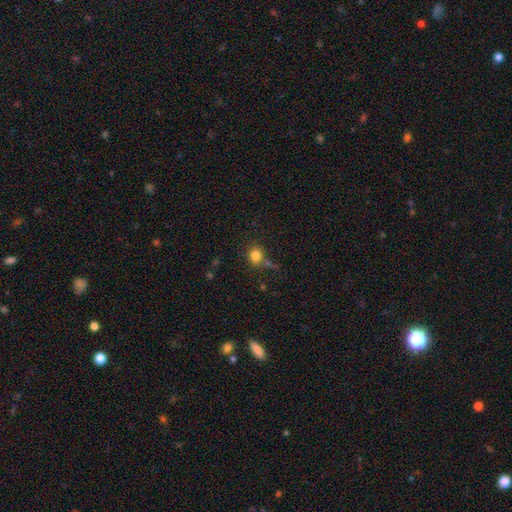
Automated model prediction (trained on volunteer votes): A smooth galaxy with no disk features (82%) that is round (80%). Merging: none (66%).